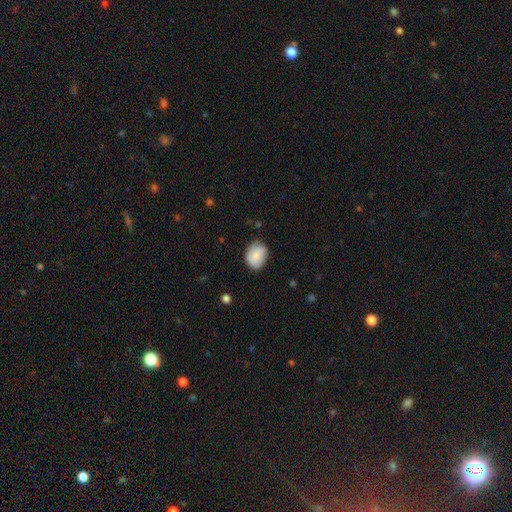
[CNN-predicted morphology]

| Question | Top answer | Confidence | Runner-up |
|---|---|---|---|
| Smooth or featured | smooth | 84% | featured or disk (9%) |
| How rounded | in between | 68% | round (31%) |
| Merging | none | 76% | minor disturbance (19%) |